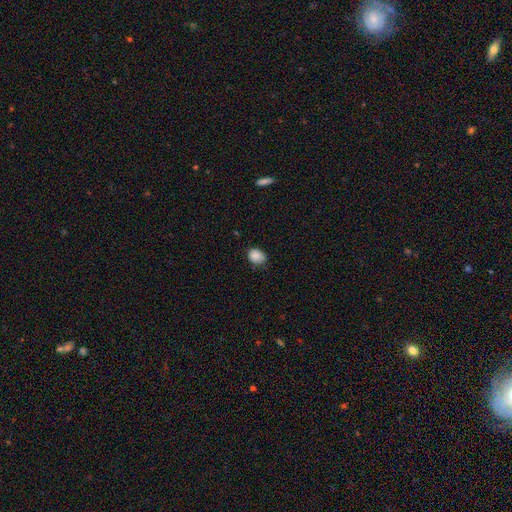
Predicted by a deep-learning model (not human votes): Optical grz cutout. It shows a smooth galaxy with no disk features (86%) that is in between round and cigar-shaped (61%). Merging: none (72%).